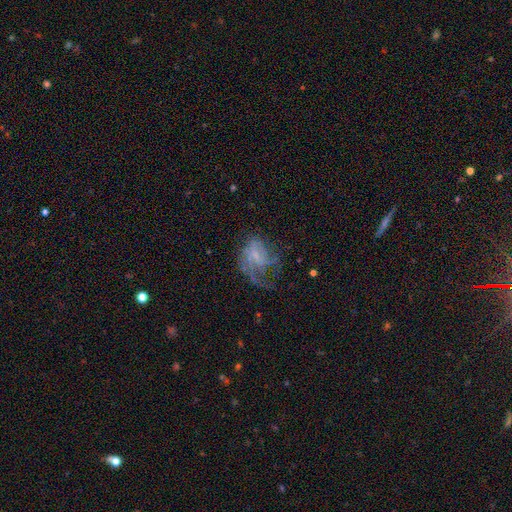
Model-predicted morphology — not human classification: smooth-or-featured: featured or disk: 69% | smooth: 21% | star or artifact: 11%
  disk-edge-on: no: 98% | yes: 2%
    bar: no: 52% | weak: 39% | strong: 8%
    has-spiral-arms: yes: 77% | no: 23%
      spiral-winding: medium: 39% | loose: 35% | tight: 26%
      spiral-arm-count: 1: 30% (tied) | can't tell: 30% (tied) | 2: 20% | 3: 12% | 4: 4% | more than 4: 3%
    bulge-size: small: 46% | none: 35% | moderate: 15% | large: 2% | dominant: 1%
  merging: major disturbance: 45% | none: 33% | minor disturbance: 19% | merger: 3%